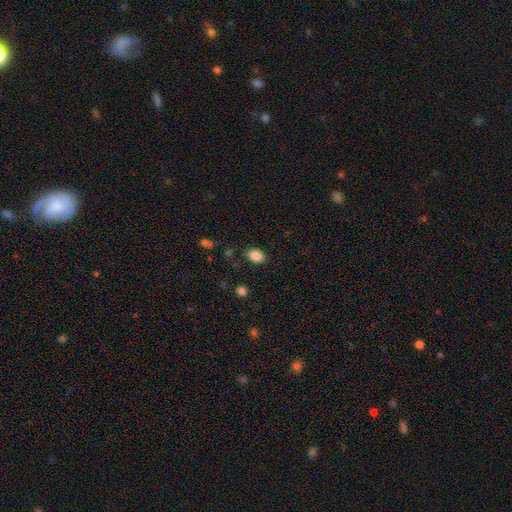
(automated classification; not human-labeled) smooth 86%, star or artifact 9%, featured or disk 5%. Down the decision tree: how rounded — in between (82%); merging — none (84%).